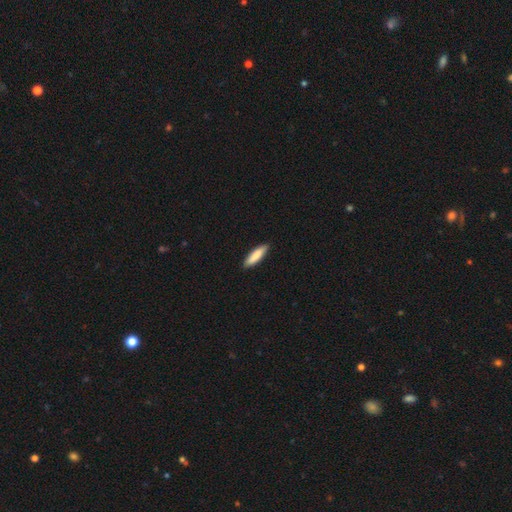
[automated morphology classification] Overall: smooth (85%). How rounded: cigar-shaped (68%; in between 30%). Merging: none (89%).